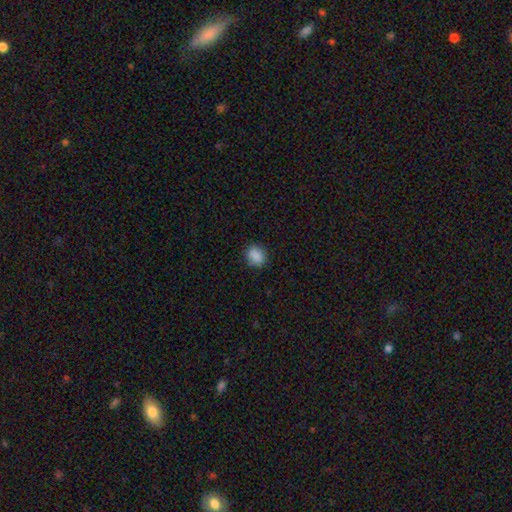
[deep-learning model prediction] Smooth or featured? smooth (87%)
How rounded? round (56%)
Merging? none (84%)